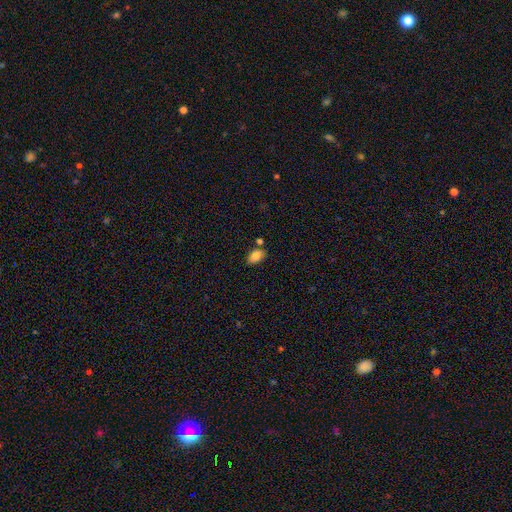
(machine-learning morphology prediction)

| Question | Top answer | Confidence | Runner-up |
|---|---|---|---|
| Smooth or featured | smooth | 85% | star or artifact (8%) |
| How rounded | in between | 90% | round (7%) |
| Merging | none | 74% | minor disturbance (14%) |